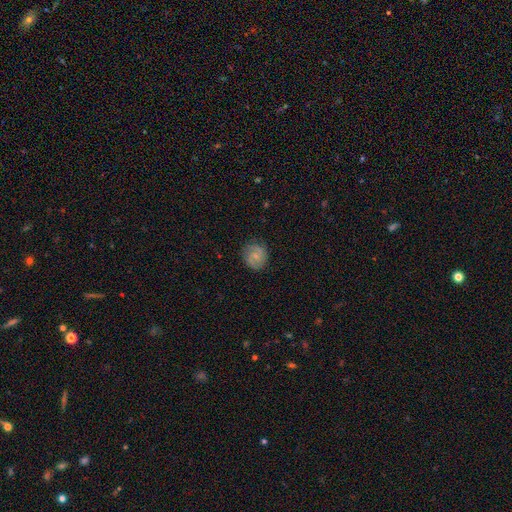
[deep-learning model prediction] A featured or disk galaxy (47%).

Vote fractions:
- Smooth or featured? featured or disk: 47% / smooth: 44% / star or artifact: 8%
- Merging? none: 79% / minor disturbance: 15% / major disturbance: 5% / merger: 1%